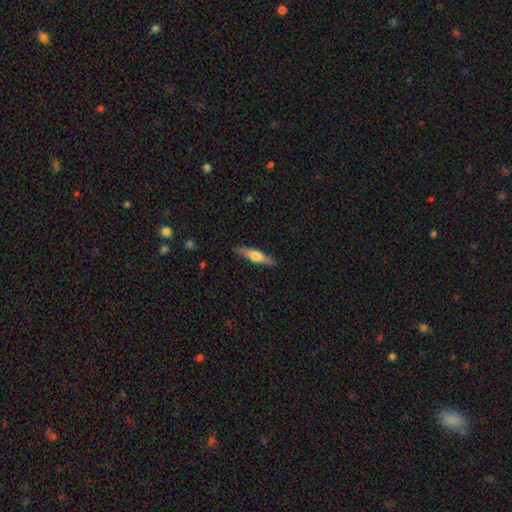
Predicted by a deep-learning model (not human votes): Smooth or featured: featured or disk — 47% (tied with smooth — 47%)
Merging: none — 88% (minor disturbance — 9%)